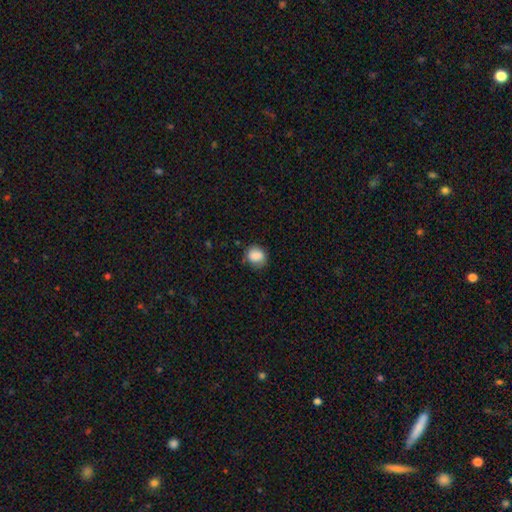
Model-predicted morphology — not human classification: Q: Smooth or featured?
A: smooth (84%); runner-up: star or artifact (8%)
Q: How rounded?
A: round (65%); runner-up: in between (34%)
Q: Merging?
A: none (69%); runner-up: minor disturbance (23%)